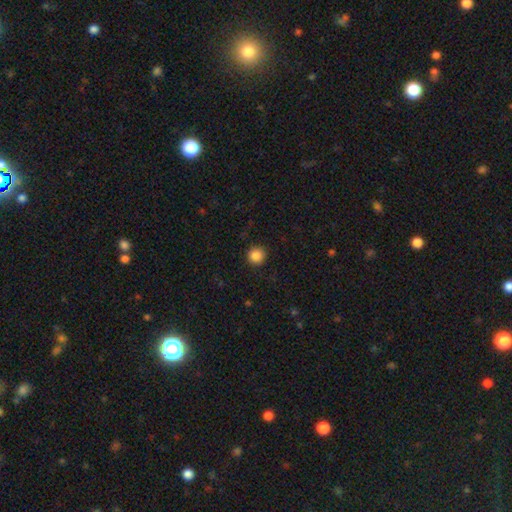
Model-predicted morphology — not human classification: This is clearly a smooth galaxy (87%). How rounded: clearly round (95%). Merging: clearly none (91%).